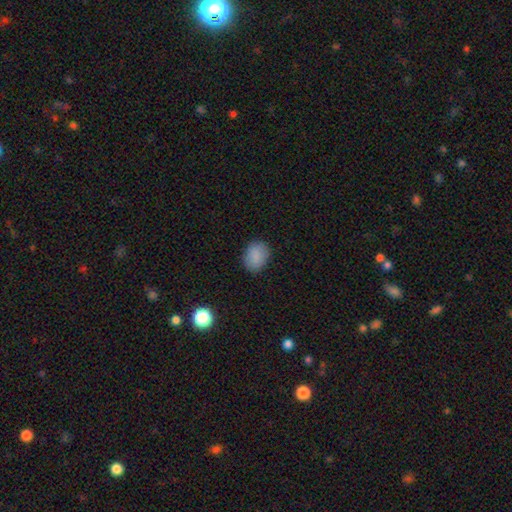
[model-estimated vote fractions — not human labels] A smooth galaxy with no disk features (86%) that is in between round and cigar-shaped (58%).

Vote fractions:
- Smooth or featured? smooth: 86% / star or artifact: 9% / featured or disk: 5%
- How rounded? in between: 58% / round: 41% / cigar-shaped: 1%
- Merging? none: 85% / minor disturbance: 11% / major disturbance: 3% / merger: 1%